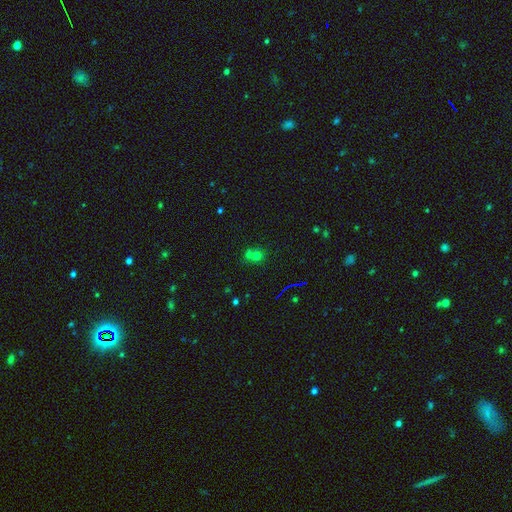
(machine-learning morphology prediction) Smooth or featured? smooth (58%)
How rounded? round (81%)
Merging? merger (47%)